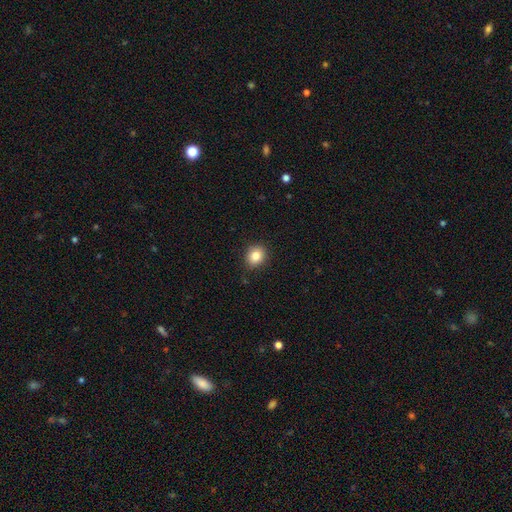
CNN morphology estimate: type=smooth (83%); roundness=round (76%); merging=none (88%).